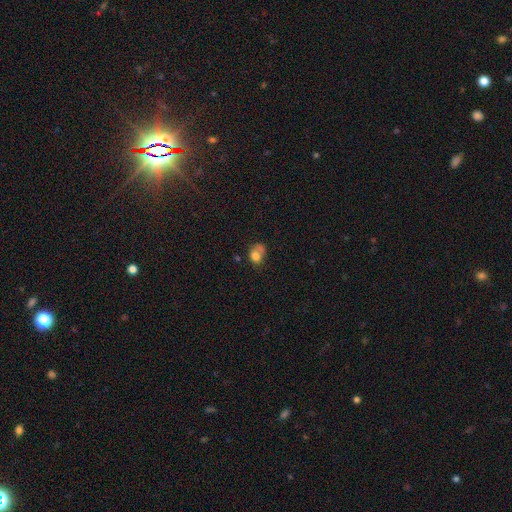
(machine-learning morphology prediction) The model was most divided on "how rounded": in between: 51%, round: 48%, cigar-shaped: 1%. Remaining: smooth or featured — smooth (74%); merging — none (34%).